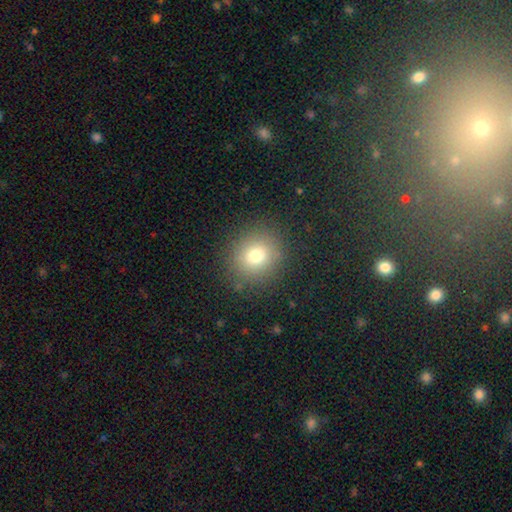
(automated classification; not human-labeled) A smooth galaxy with no disk features (77%) that is round (83%).

Vote fractions:
- Smooth or featured? smooth: 77% / star or artifact: 14% / featured or disk: 10%
- How rounded? round: 83% / in between: 17% / cigar-shaped: 1%
- Merging? none: 87% / minor disturbance: 8% / major disturbance: 4% / merger: 1%